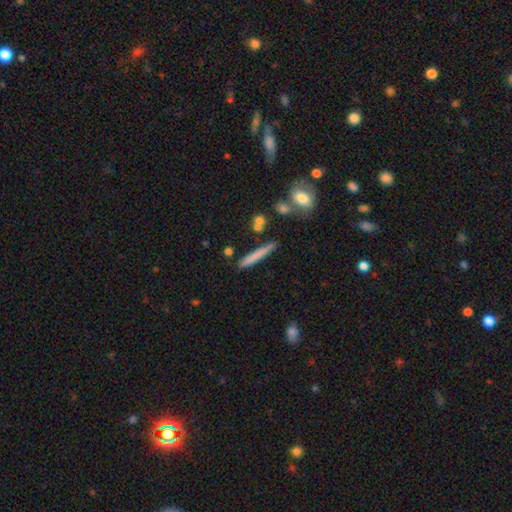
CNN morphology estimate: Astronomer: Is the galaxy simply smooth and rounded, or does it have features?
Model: smooth — 69%.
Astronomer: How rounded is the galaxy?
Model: cigar-shaped — 94%.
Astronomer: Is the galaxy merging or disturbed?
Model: none — 83%.